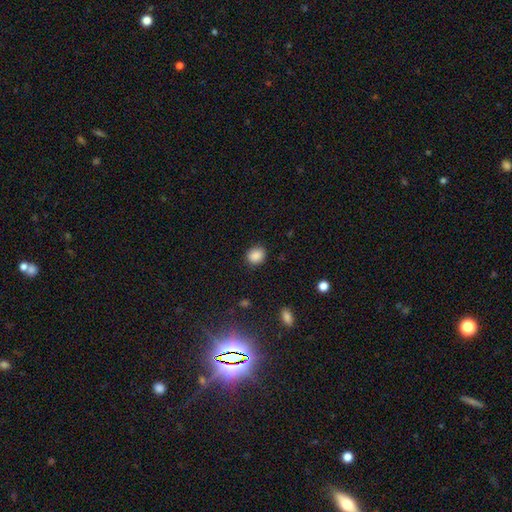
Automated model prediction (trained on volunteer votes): Q: Smooth or featured?
A: smooth (88%); runner-up: star or artifact (9%)
Q: How rounded?
A: round (70%); runner-up: in between (29%)
Q: Merging?
A: none (88%); runner-up: minor disturbance (8%)